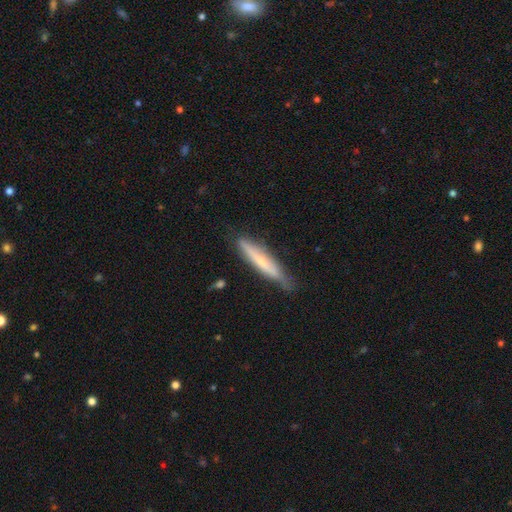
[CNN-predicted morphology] smooth-or-featured: smooth: 51% | featured or disk: 42% | star or artifact: 7%
  how-rounded: cigar-shaped: 92% | in between: 7% | round: 1%
  merging: none: 80% | minor disturbance: 16% | major disturbance: 3% | merger: 1%